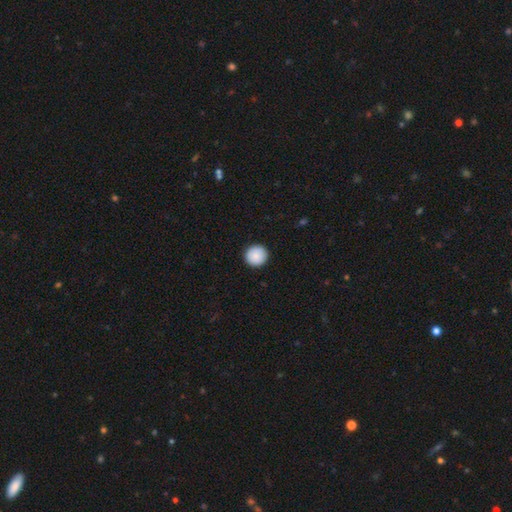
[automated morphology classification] A smooth galaxy with no disk features (89%) that is round (96%). Merging: none (93%).